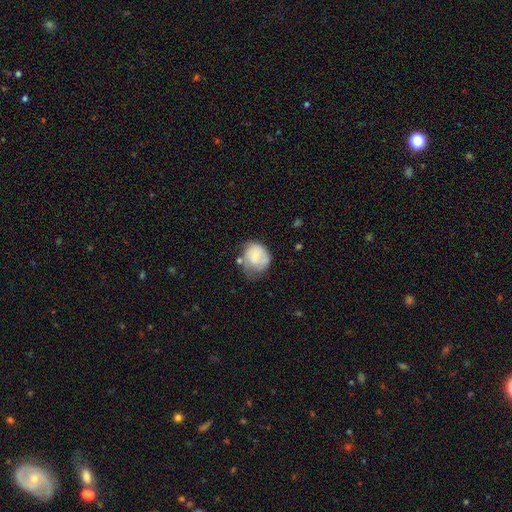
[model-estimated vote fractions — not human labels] Smooth or featured: smooth — 66% (featured or disk — 27%)
How rounded: round — 67% (in between — 32%)
Merging: none — 37% (minor disturbance — 36%)